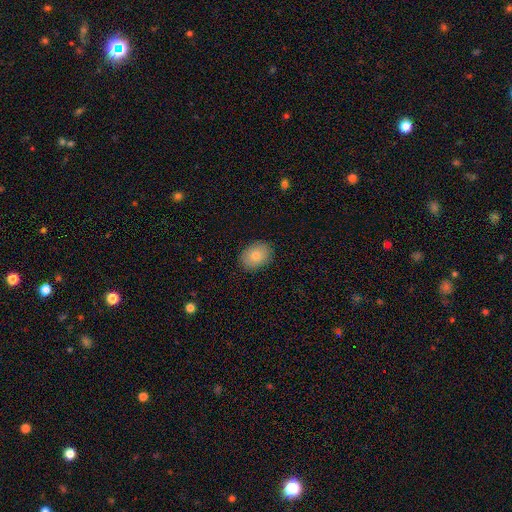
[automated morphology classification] smooth-or-featured: smooth: 82% | featured or disk: 10% | star or artifact: 8%
  how-rounded: in between: 72% | round: 27% | cigar-shaped: 1%
  merging: none: 88% | minor disturbance: 9% | major disturbance: 2% | merger: 1%